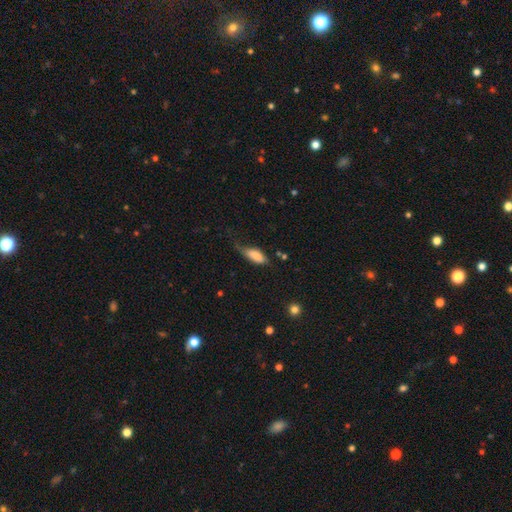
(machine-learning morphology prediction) The model was most divided on "merging": minor disturbance: 39%, none: 34%, major disturbance: 25%, merger: 3%. More confident: how rounded — in between (81%); smooth or featured — smooth (77%).